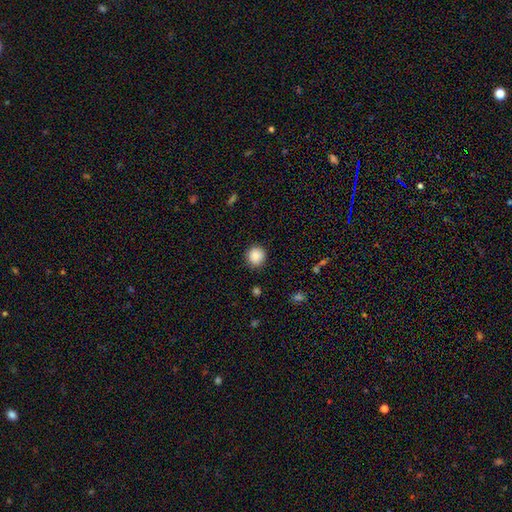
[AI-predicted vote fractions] Morphology: type=smooth (88%); roundness=round (91%); merging=none (87%).